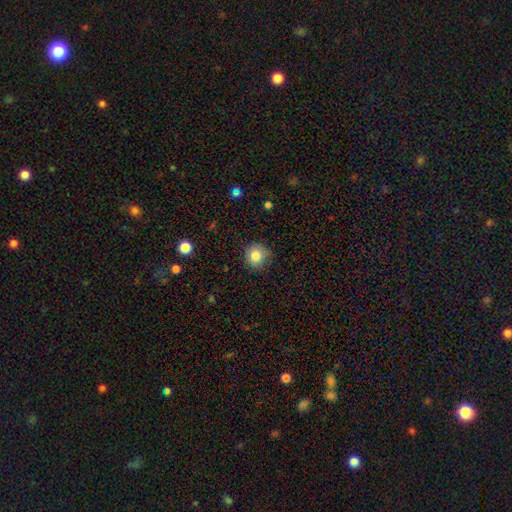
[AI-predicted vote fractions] Smooth or featured? Predicted: smooth (p=0.82). How rounded? Predicted: round (p=0.91). Merging? Predicted: none (p=0.83).